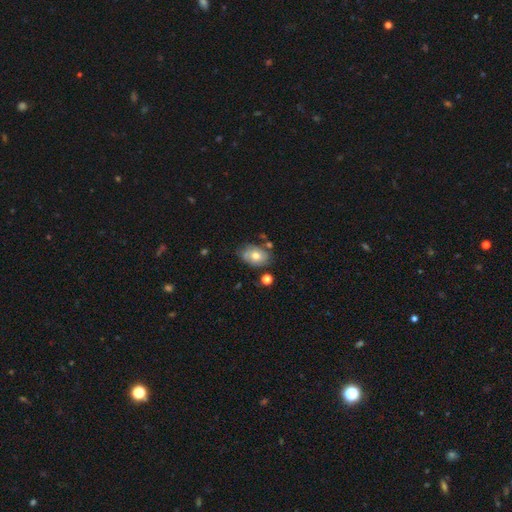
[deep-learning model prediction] The model was most divided on "smooth or featured": smooth: 54%, featured or disk: 37%, star or artifact: 9%. More confident: how rounded — in between (76%); merging — none (62%).